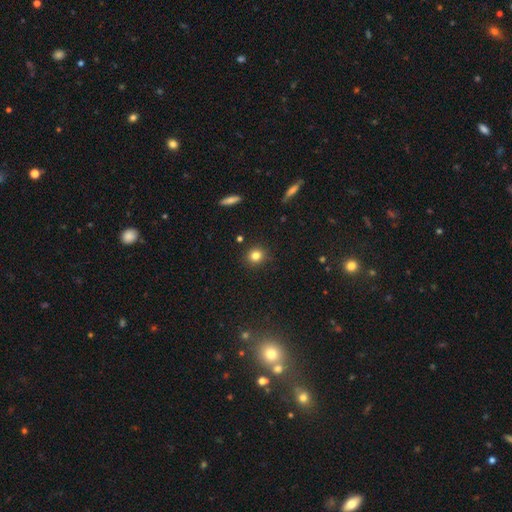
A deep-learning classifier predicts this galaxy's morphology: Smooth or featured? smooth (81%)
How rounded? round (88%)
Merging? none (89%)